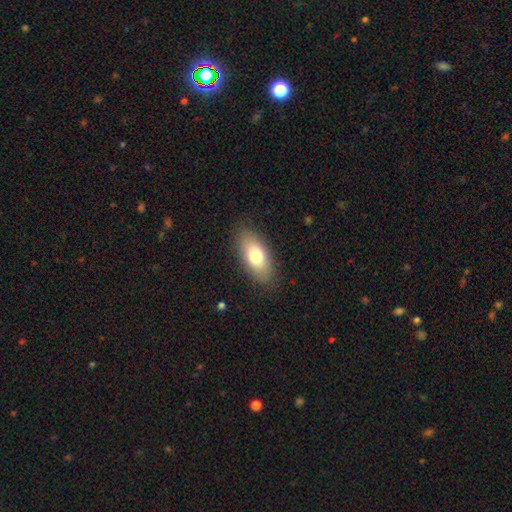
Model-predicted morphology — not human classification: Smooth or featured?
  - smooth: 74% *
  - featured or disk: 19%
  - star or artifact: 7%
How rounded?
  - in between: 89% *
  - cigar-shaped: 8%
  - round: 4%
Merging?
  - none: 85% *
  - minor disturbance: 11%
  - major disturbance: 3%
  - merger: 1%